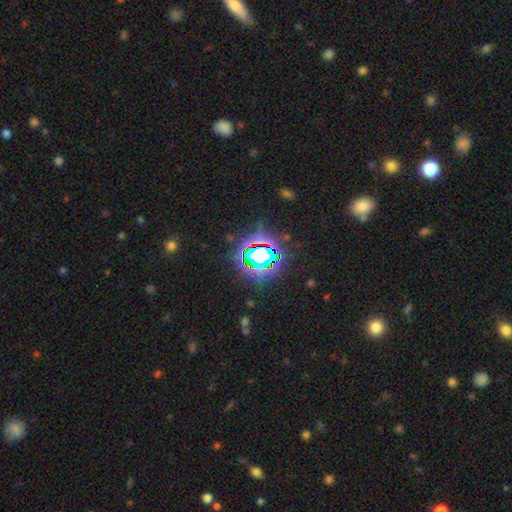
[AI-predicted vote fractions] Overall: star or artifact (81%).